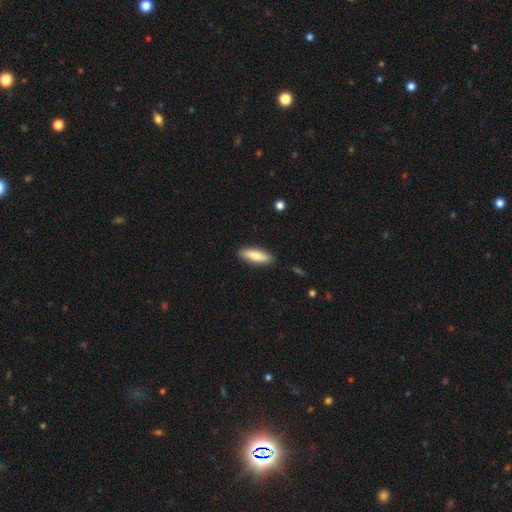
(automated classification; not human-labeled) Q: Smooth or featured?
A: smooth (81%); runner-up: featured or disk (13%)
Q: How rounded?
A: cigar-shaped (52%); runner-up: in between (46%)
Q: Merging?
A: none (89%); runner-up: minor disturbance (8%)